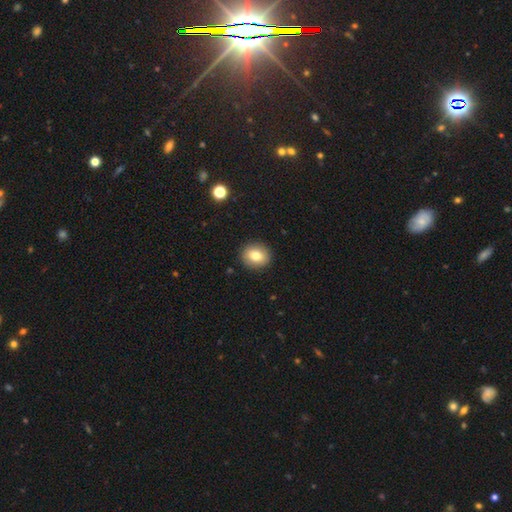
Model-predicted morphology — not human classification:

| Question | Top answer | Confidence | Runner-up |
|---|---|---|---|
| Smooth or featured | smooth | 78% | featured or disk (13%) |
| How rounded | round | 77% | in between (22%) |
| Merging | none | 90% | minor disturbance (7%) |